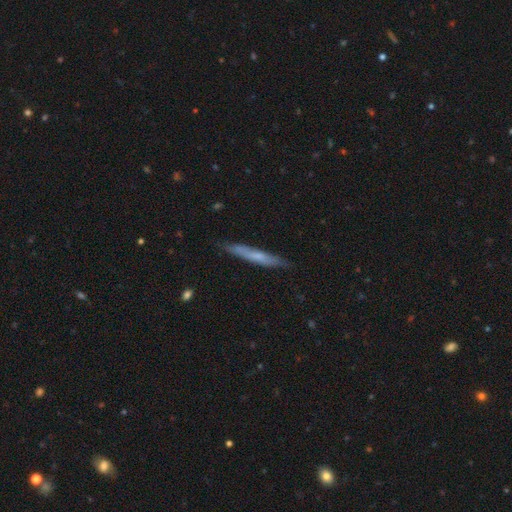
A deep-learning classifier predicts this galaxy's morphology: Smooth or featured? Predicted: smooth (p=0.53). How rounded? Predicted: cigar-shaped (p=0.95). Merging? Predicted: none (p=0.85).